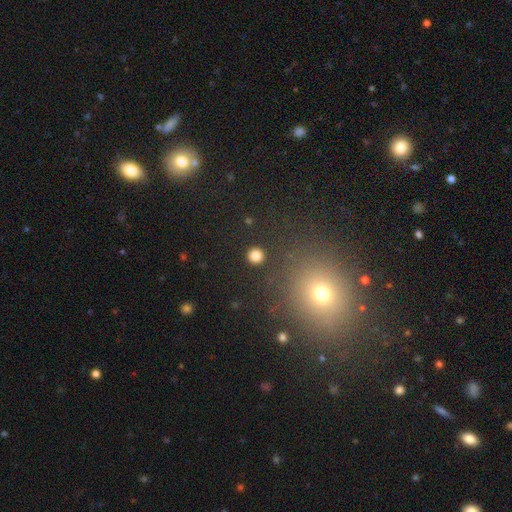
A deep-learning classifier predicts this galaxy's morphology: A smooth galaxy with no disk features (83%) that is round (94%). Merging: none (92%).